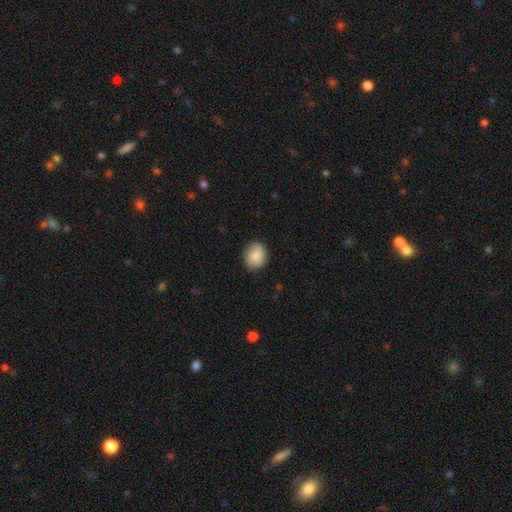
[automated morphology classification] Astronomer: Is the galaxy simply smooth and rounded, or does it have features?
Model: smooth — 87%.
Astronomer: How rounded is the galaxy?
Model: round — 68%.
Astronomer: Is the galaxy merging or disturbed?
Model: none — 85%.